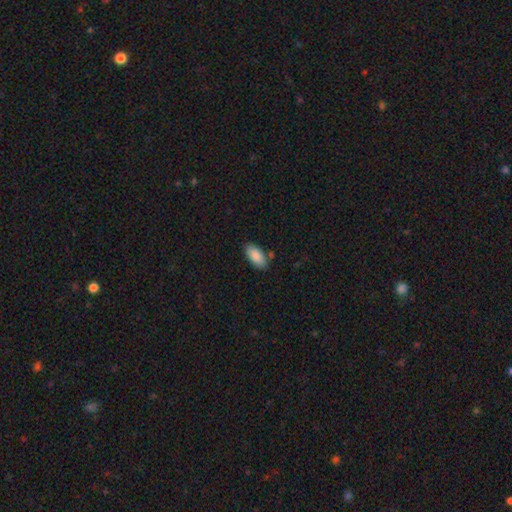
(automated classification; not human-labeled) The model was most divided on "merging": none: 80%, minor disturbance: 13%, merger: 4%, major disturbance: 3%. More confident: how rounded — in between (93%); smooth or featured — smooth (89%).